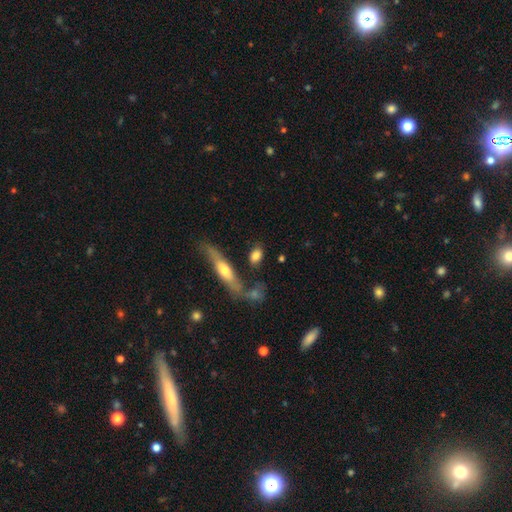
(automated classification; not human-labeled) smooth 76%, featured or disk 17%, star or artifact 7%. Down the decision tree: how rounded — in between (76%); merging — none (66%).